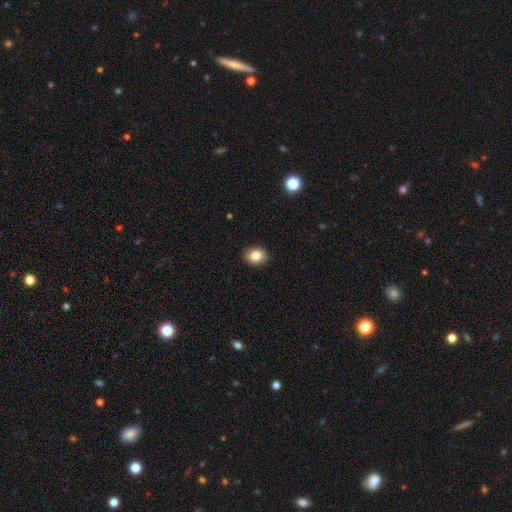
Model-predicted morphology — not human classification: A smooth galaxy with no disk features (86%) that is in between round and cigar-shaped (53%). Merging: none (90%).